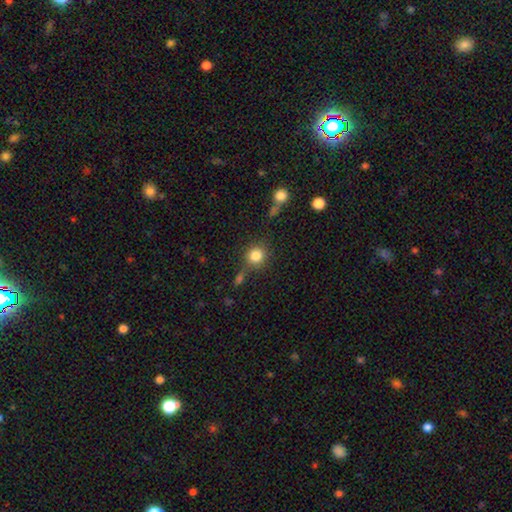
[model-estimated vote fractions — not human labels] A smooth galaxy with no disk features (83%) that is round (89%). Merging: none (75%).